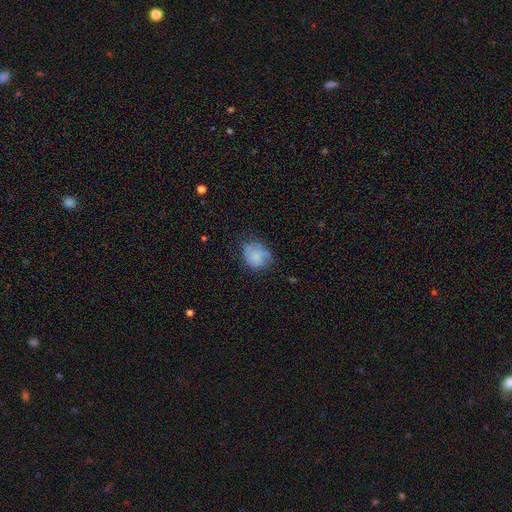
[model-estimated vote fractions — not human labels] Smooth or featured?
  - smooth: 68% *
  - featured or disk: 22%
  - star or artifact: 9%
How rounded?
  - round: 67% *
  - in between: 32%
  - cigar-shaped: 1%
Merging?
  - none: 55% *
  - minor disturbance: 29%
  - major disturbance: 12%
  - merger: 4%